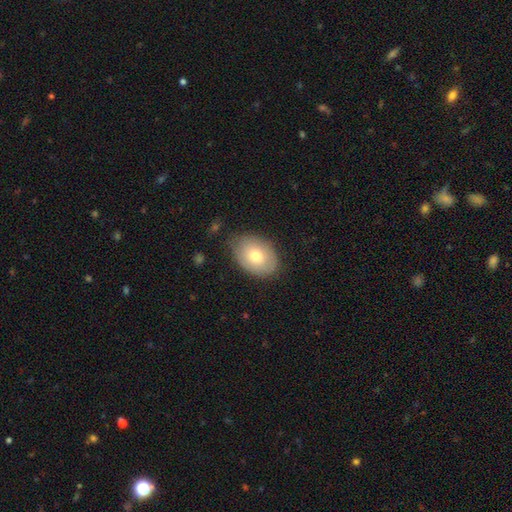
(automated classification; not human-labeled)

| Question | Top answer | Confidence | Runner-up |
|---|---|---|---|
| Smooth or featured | smooth | 72% | featured or disk (21%) |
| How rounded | in between | 76% | round (23%) |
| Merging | none | 74% | minor disturbance (20%) |